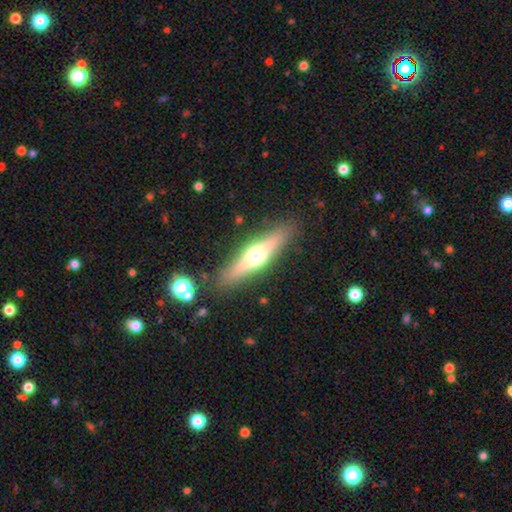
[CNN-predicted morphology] Q: Smooth or featured?
A: featured or disk (56%); runner-up: smooth (37%)
Q: Edge-on disk?
A: yes (92%); runner-up: no (8%)
Q: Edge-on bulge?
A: rounded (92%); runner-up: boxy (4%)
Q: Merging?
A: none (86%); runner-up: minor disturbance (9%)